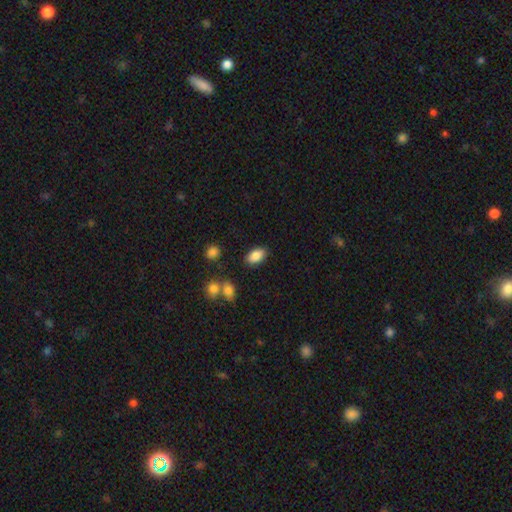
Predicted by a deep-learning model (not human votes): The model was most divided on "merging": none: 85%, minor disturbance: 10%, merger: 3%, major disturbance: 3%. More confident: how rounded — in between (91%); smooth or featured — smooth (86%).